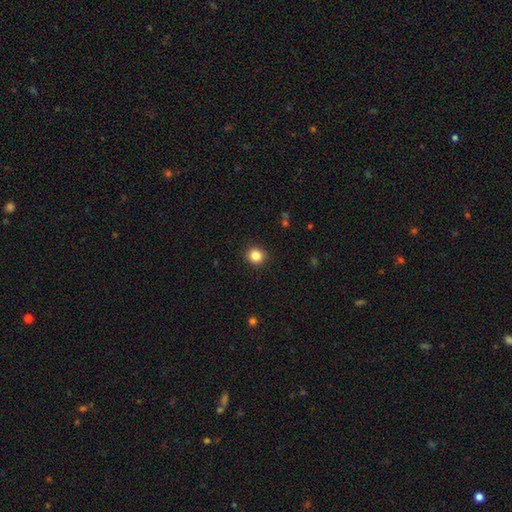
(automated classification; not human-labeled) smooth 85%, star or artifact 11%, featured or disk 4%. Down the decision tree: how rounded — round (87%); merging — none (91%).